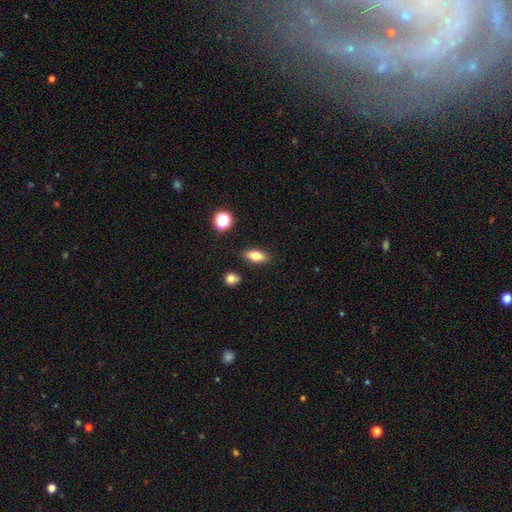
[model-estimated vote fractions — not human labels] smooth 76%, featured or disk 15%, star or artifact 9%. Down the decision tree: how rounded — in between (79%); merging — none (86%).